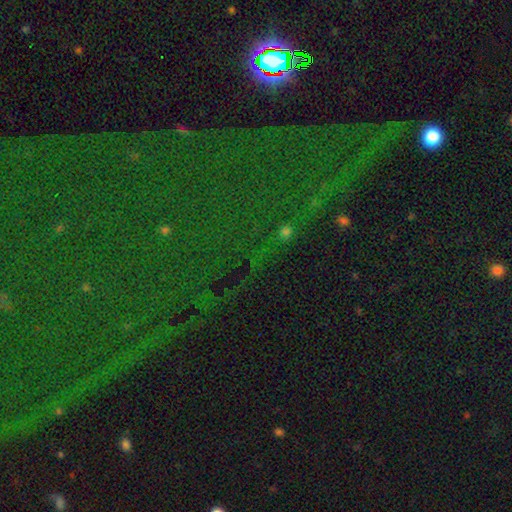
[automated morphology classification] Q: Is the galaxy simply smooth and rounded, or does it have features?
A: star or artifact — 80%.